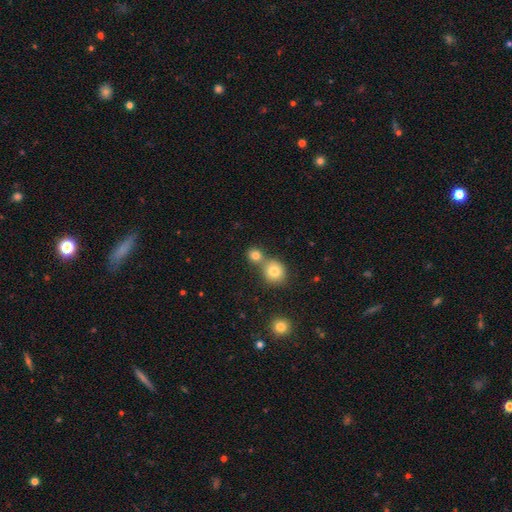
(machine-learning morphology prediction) Smooth or featured?
  - smooth: 80% *
  - star or artifact: 12%
  - featured or disk: 8%
How rounded?
  - round: 85% *
  - in between: 14%
  - cigar-shaped: 1%
Merging?
  - none: 50% *
  - merger: 42%
  - minor disturbance: 6%
  - major disturbance: 3%